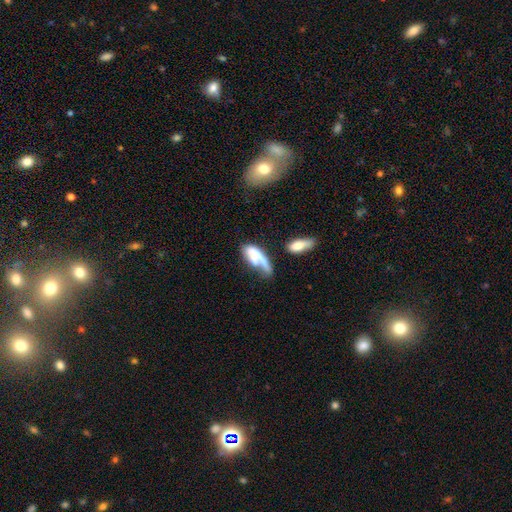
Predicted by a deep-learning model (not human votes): smooth_or_featured: smooth (p=0.55) [alt: featured or disk p=0.37]
how_rounded: in between (p=0.71) [alt: cigar-shaped p=0.26]
merging: major disturbance (p=0.32) [alt: none p=0.27]